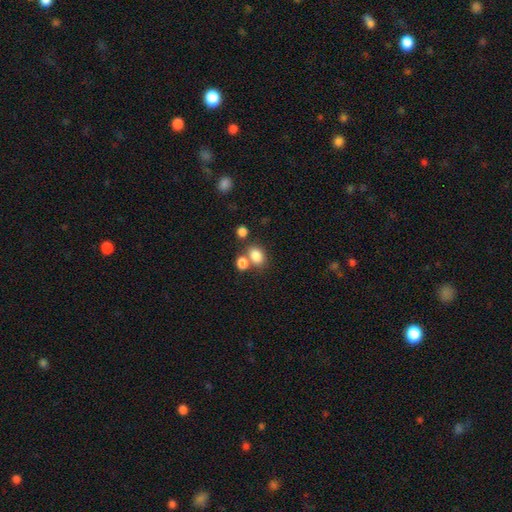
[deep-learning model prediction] Smooth or featured? Predicted: smooth (p=0.82). How rounded? Predicted: in between (p=0.66). Merging? Predicted: none (p=0.50).